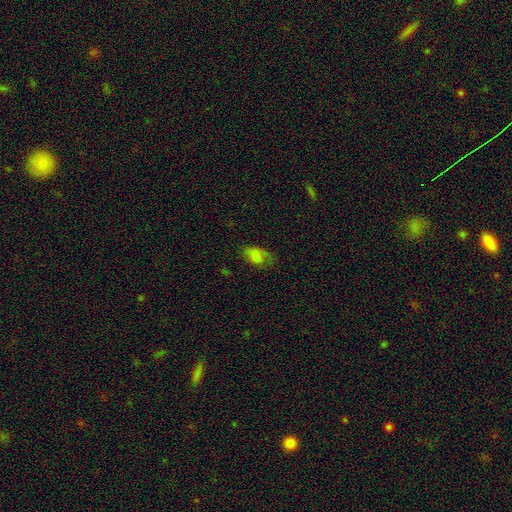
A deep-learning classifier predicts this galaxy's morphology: A smooth galaxy with no disk features (73%) that is in between round and cigar-shaped (89%).

Vote fractions:
- Smooth or featured? smooth: 73% / featured or disk: 14% / star or artifact: 12%
- How rounded? in between: 89% / round: 8% / cigar-shaped: 2%
- Merging? none: 53% / minor disturbance: 29% / major disturbance: 17% / merger: 2%